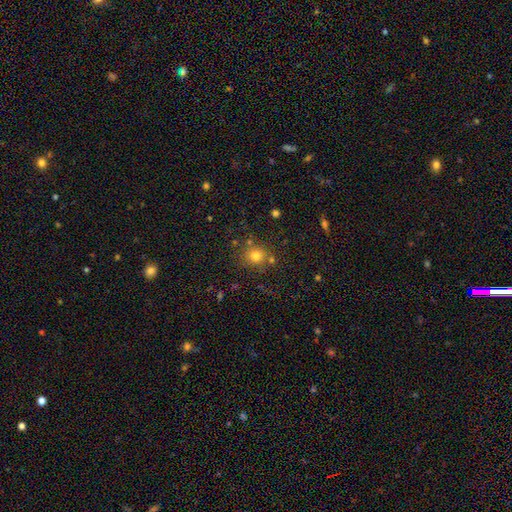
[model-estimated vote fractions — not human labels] Smooth or featured? Predicted: smooth (p=0.76). How rounded? Predicted: round (p=0.85). Merging? Predicted: none (p=0.75).